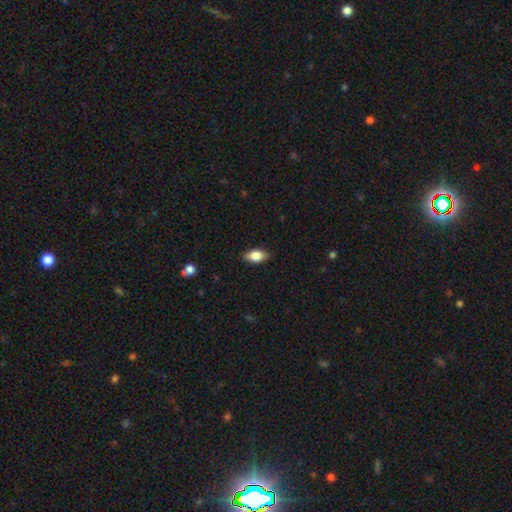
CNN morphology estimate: The model was most divided on "smooth or featured": smooth: 74%, featured or disk: 19%, star or artifact: 7%. More confident: how rounded — in between (87%); merging — none (86%).